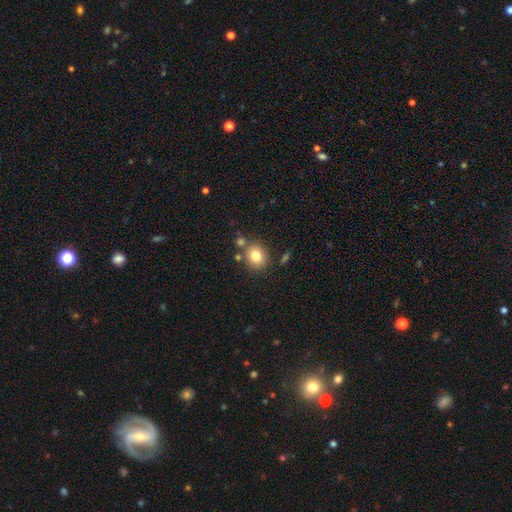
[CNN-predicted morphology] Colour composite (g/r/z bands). It shows a smooth galaxy with no disk features (80%) that is round (73%). Merging: none (75%).